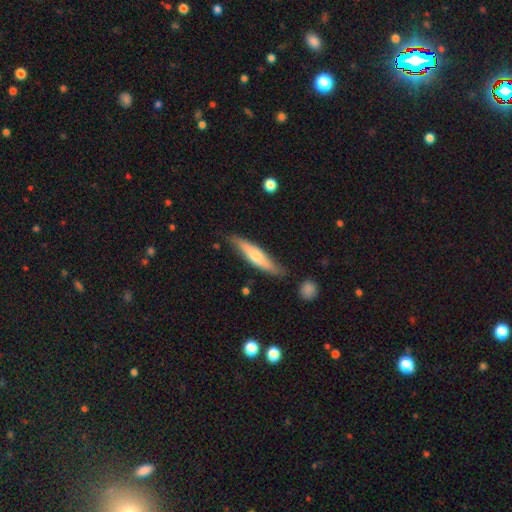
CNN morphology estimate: Smooth or featured? smooth (51%)
How rounded? cigar-shaped (81%)
Merging? none (76%)